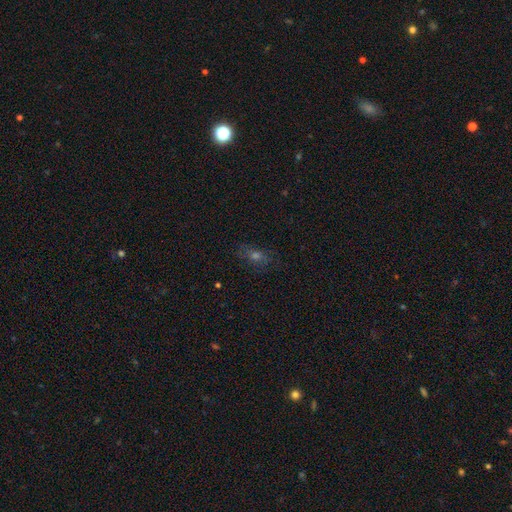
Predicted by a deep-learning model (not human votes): A smooth galaxy with no disk features (46%).

Vote fractions:
- Smooth or featured? smooth: 46% / star or artifact: 30% / featured or disk: 25%
- Merging? none: 78% / minor disturbance: 15% / major disturbance: 5% / merger: 1%